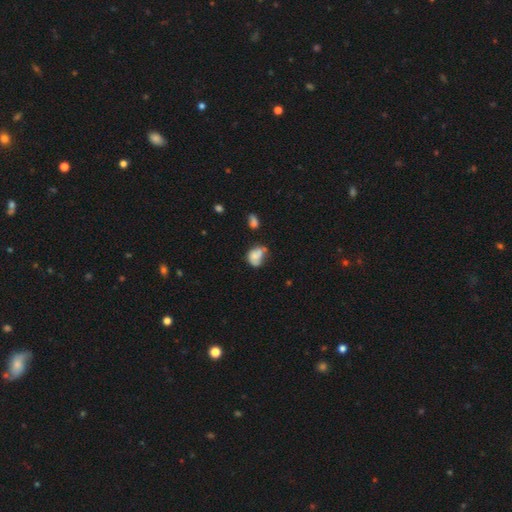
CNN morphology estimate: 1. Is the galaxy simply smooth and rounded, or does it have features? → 66% smooth, 24% featured or disk, 10% star or artifact.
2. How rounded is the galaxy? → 65% in between, 34% round, 1% cigar-shaped.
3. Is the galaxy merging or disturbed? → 31% minor disturbance, 28% none, 23% merger, 18% major disturbance.